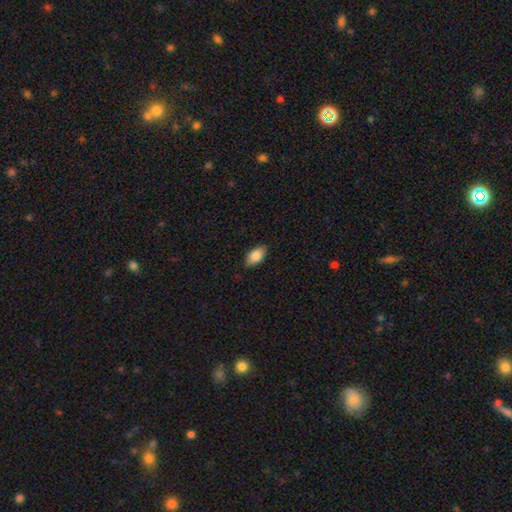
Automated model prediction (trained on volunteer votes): A smooth galaxy with no disk features (85%) that is in between round and cigar-shaped (92%). Merging: none (85%).